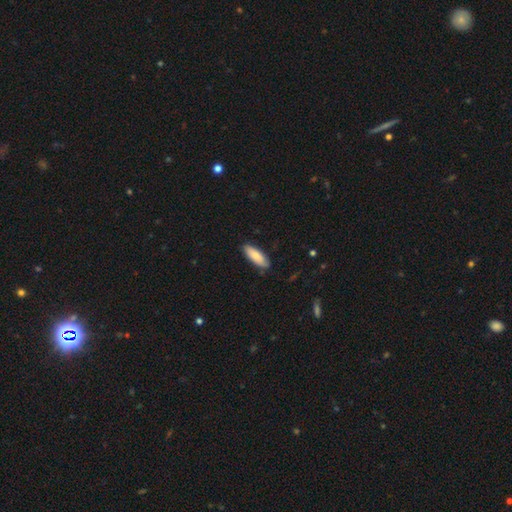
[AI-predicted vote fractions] A smooth galaxy with no disk features (81%) that is in between round and cigar-shaped (65%).

Vote fractions:
- Smooth or featured? smooth: 81% / featured or disk: 14% / star or artifact: 6%
- How rounded? in between: 65% / cigar-shaped: 33% / round: 2%
- Merging? none: 84% / minor disturbance: 13% / major disturbance: 2% / merger: 1%